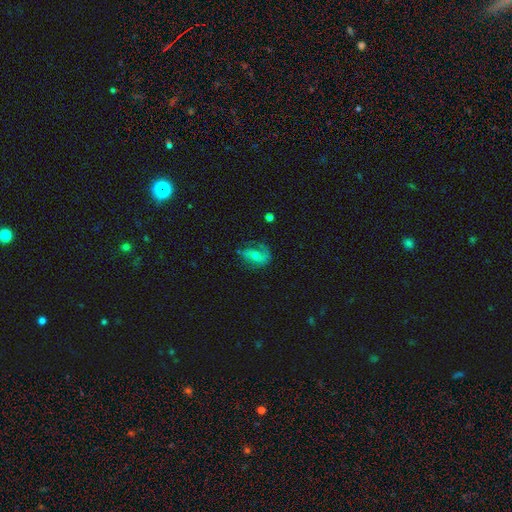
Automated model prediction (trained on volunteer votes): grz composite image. It shows a featured or disk galaxy (61%) with no bar (56%), spiral arms (82%) and a moderate central bulge (52%). Merging: none (55%).